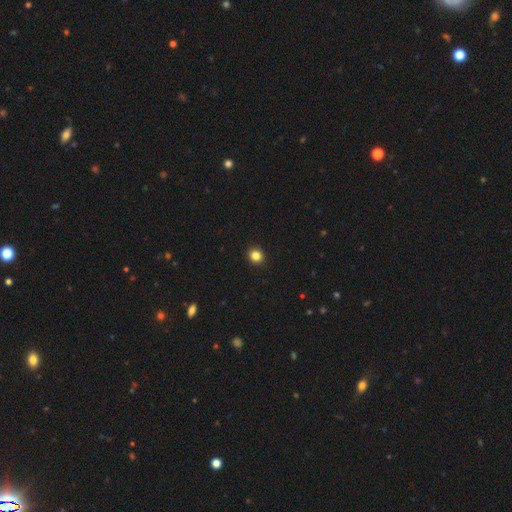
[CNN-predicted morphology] smooth_or_featured: smooth (p=0.84) [alt: star or artifact p=0.12]
how_rounded: round (p=0.87) [alt: in between p=0.12]
merging: none (p=0.94) [alt: minor disturbance p=0.04]